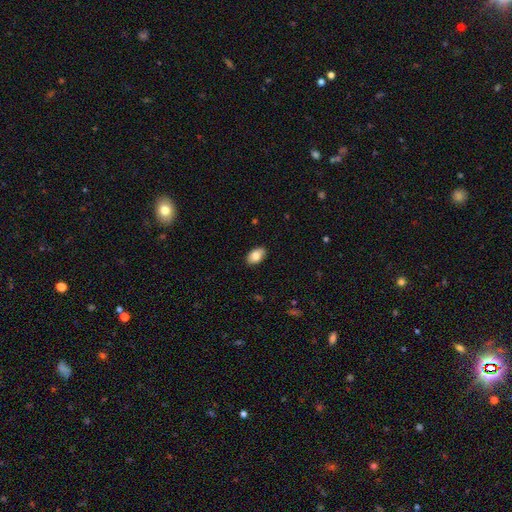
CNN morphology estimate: Q: Smooth or featured?
A: smooth (83%); runner-up: featured or disk (10%)
Q: How rounded?
A: in between (92%); runner-up: round (7%)
Q: Merging?
A: none (86%); runner-up: minor disturbance (11%)